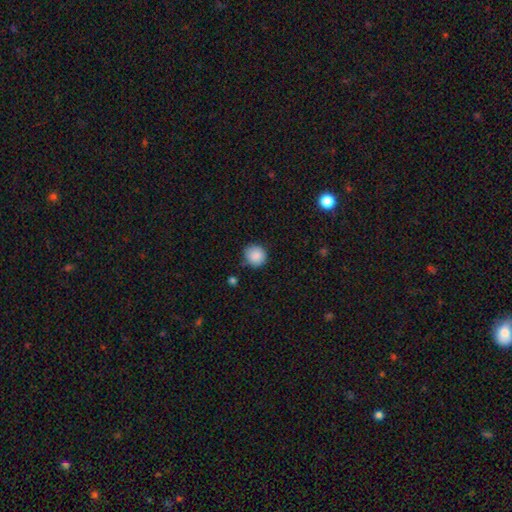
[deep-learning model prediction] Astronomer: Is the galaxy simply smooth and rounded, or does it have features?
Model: smooth — 87%.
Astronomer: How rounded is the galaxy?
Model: round — 90%.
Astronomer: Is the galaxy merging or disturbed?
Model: none — 84%.